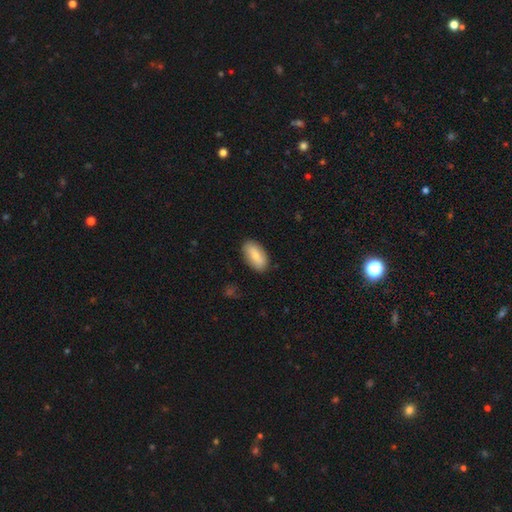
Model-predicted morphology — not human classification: Smooth or featured?
  - smooth: 78% *
  - featured or disk: 16%
  - star or artifact: 6%
How rounded?
  - in between: 91% *
  - cigar-shaped: 6%
  - round: 3%
Merging?
  - none: 86% *
  - minor disturbance: 11%
  - major disturbance: 2%
  - merger: 1%